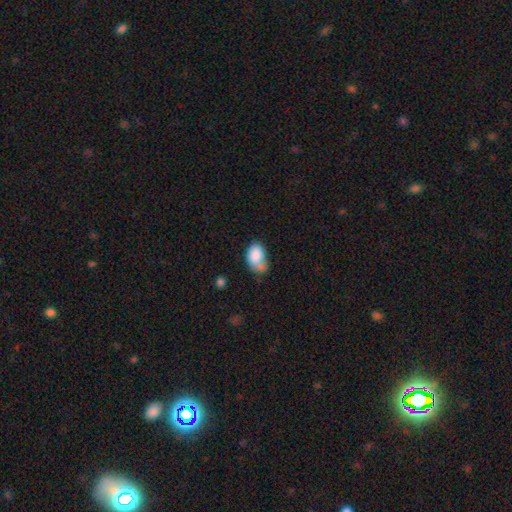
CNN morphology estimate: Smooth or featured? Predicted: smooth (p=0.83). How rounded? Predicted: in between (p=0.88). Merging? Predicted: none (p=0.36).